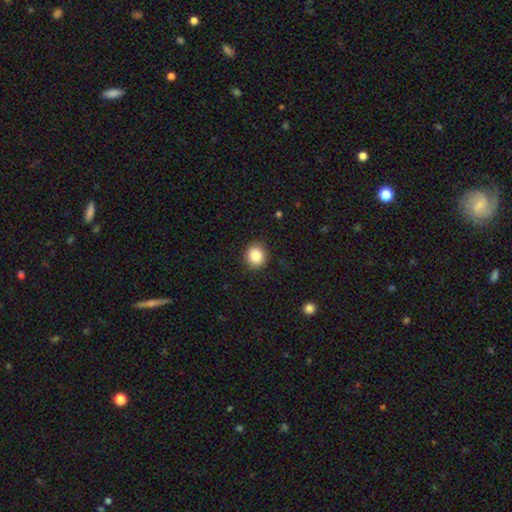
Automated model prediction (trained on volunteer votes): Morphology: type=smooth (88%); roundness=round (85%); merging=none (88%).